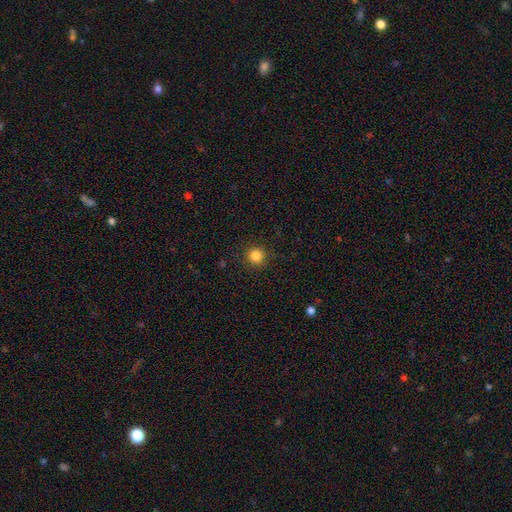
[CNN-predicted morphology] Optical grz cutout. It shows a smooth galaxy with no disk features (84%) that is round (95%). Merging: none (91%).